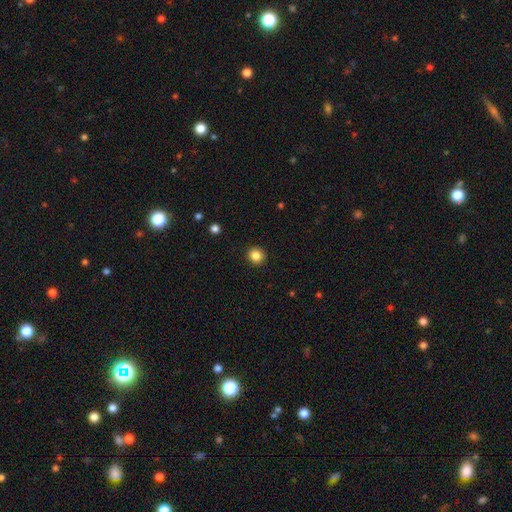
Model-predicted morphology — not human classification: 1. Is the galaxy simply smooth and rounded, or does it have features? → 85% smooth, 11% star or artifact, 5% featured or disk.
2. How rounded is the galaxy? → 90% round, 9% in between, 1% cigar-shaped.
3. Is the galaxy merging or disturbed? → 92% none, 5% minor disturbance, 2% major disturbance, 1% merger.